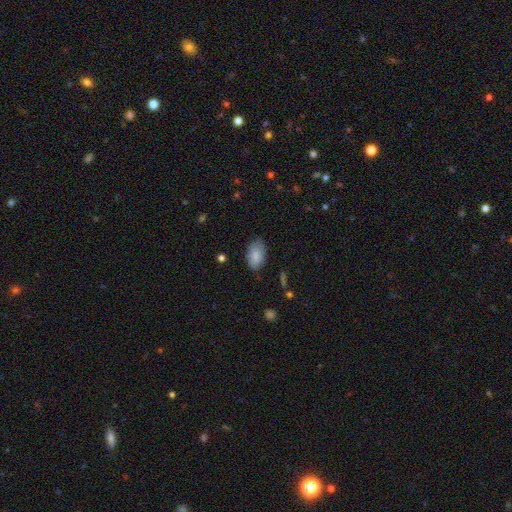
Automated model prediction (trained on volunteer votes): smooth 86%, featured or disk 8%, star or artifact 6%. Down the decision tree: how rounded — in between (93%); merging — none (78%).